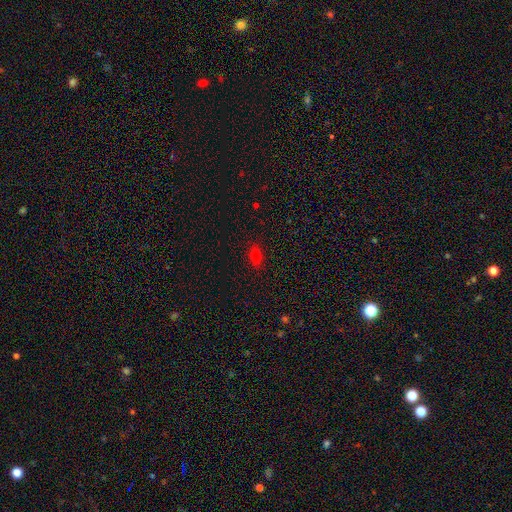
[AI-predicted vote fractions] smooth 75%, star or artifact 16%, featured or disk 10%. Down the decision tree: how rounded — in between (78%); merging — none (87%).